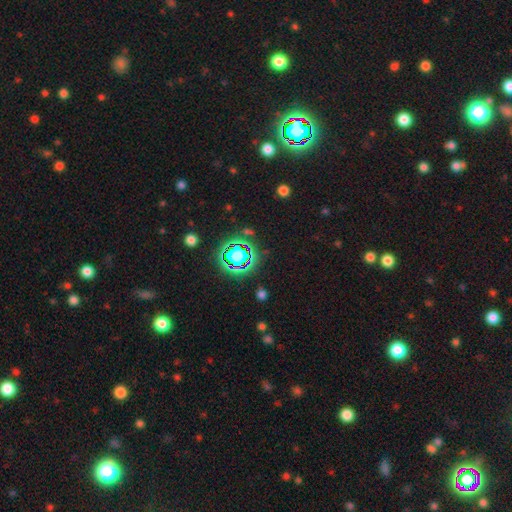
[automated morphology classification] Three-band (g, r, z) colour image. It shows a star or artifact, not a galaxy (79%).